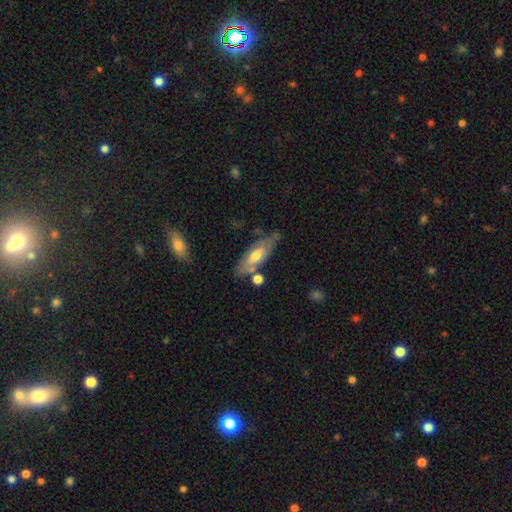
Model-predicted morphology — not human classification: type=featured or disk (51%); edge-on=no (56%); merging=none (63%).